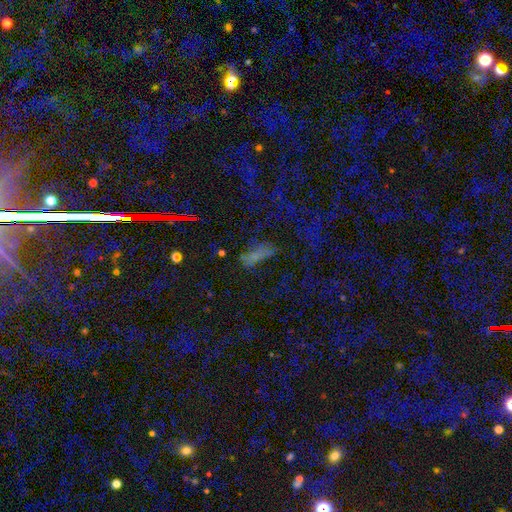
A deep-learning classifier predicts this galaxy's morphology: This is possibly a star or artifact rather than a galaxy (46%).